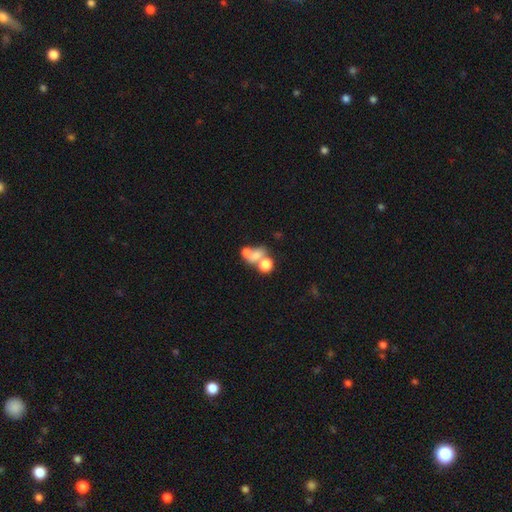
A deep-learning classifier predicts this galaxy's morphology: This appears to be a smooth galaxy with no disk features (62%) that is in between round and cigar-shaped (49%). Merging: merger (55%).